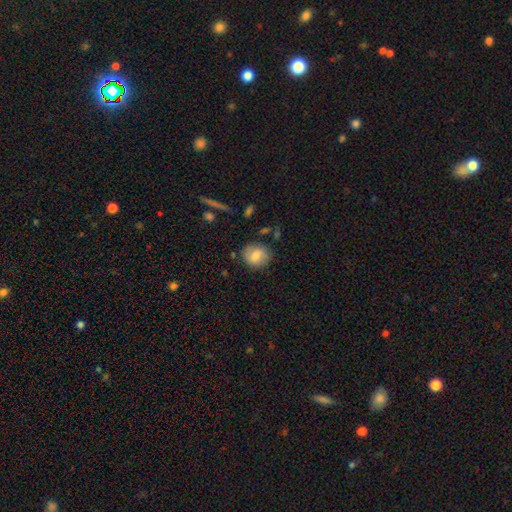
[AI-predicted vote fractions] smooth_or_featured: smooth (p=0.75) [alt: featured or disk p=0.17]
how_rounded: round (p=0.75) [alt: in between p=0.24]
merging: none (p=0.77) [alt: minor disturbance p=0.16]